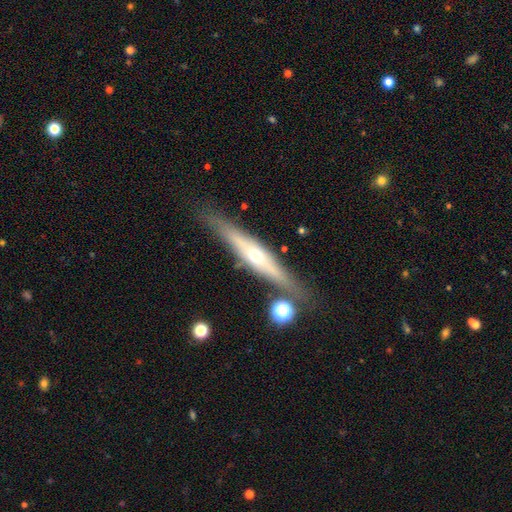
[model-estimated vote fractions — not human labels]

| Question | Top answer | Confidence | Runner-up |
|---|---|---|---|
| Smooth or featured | featured or disk | 67% | smooth (26%) |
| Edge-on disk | yes | 90% | no (10%) |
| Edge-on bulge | rounded | 83% | none (11%) |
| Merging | none | 80% | minor disturbance (12%) |